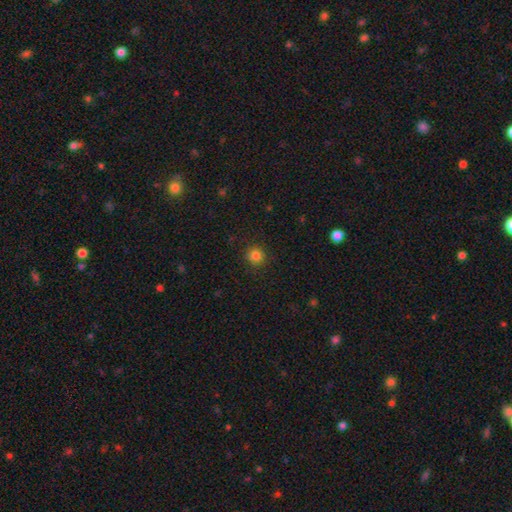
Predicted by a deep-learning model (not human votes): smooth-or-featured: smooth: 84% | star or artifact: 12% | featured or disk: 4%
  how-rounded: round: 93% | in between: 6% | cigar-shaped: 1%
  merging: none: 91% | minor disturbance: 6% | major disturbance: 2% | merger: 1%